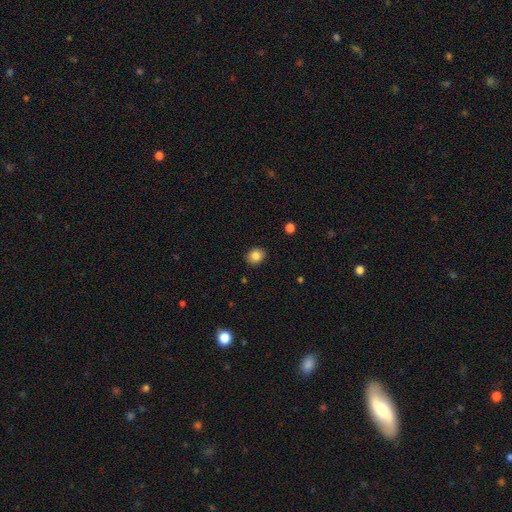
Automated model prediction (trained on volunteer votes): Smooth or featured? Predicted: smooth (p=0.84). How rounded? Predicted: round (p=0.58). Merging? Predicted: none (p=0.89).